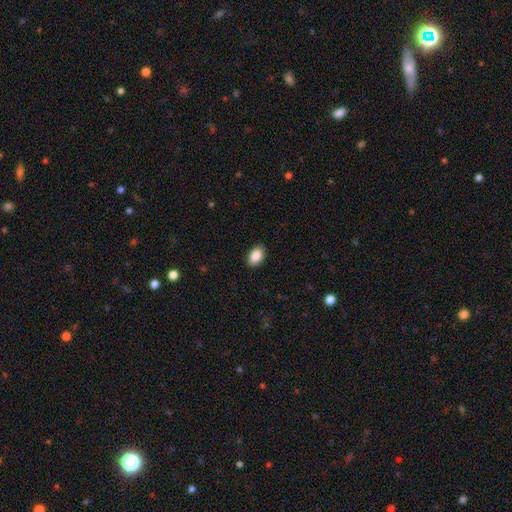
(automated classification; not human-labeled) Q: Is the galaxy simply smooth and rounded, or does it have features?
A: smooth — 88%.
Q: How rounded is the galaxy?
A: in between — 91%.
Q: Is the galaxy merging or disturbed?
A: none — 89%.